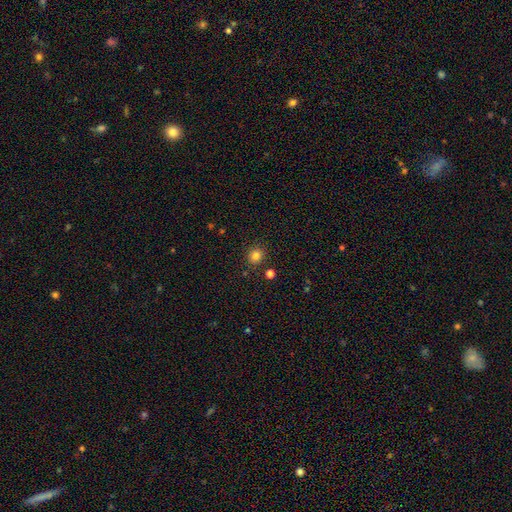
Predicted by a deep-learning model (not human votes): Overall: smooth (82%). How rounded: round (84%). Merging: none (87%).